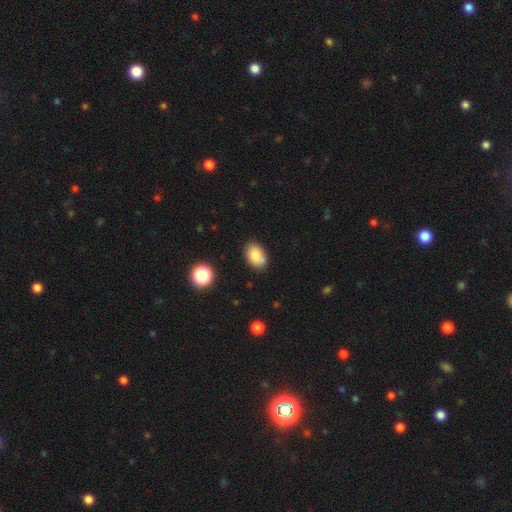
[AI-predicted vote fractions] smooth-or-featured: smooth: 84% | star or artifact: 9% | featured or disk: 7%
  how-rounded: in between: 86% | round: 12% | cigar-shaped: 1%
  merging: none: 76% | minor disturbance: 16% | merger: 4% | major disturbance: 3%